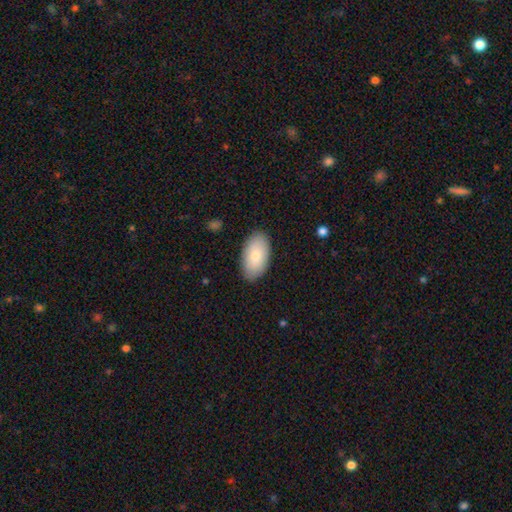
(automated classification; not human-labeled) smooth_or_featured: smooth (p=0.80) [alt: featured or disk p=0.14]
how_rounded: in between (p=0.95) [alt: round p=0.03]
merging: none (p=0.87) [alt: minor disturbance p=0.10]